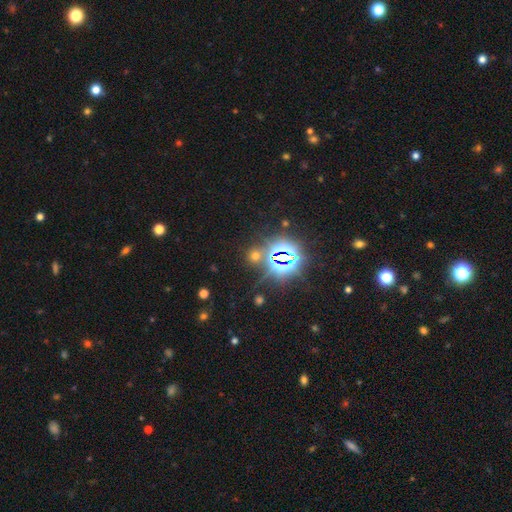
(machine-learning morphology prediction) A star or artifact, not a galaxy (59%).